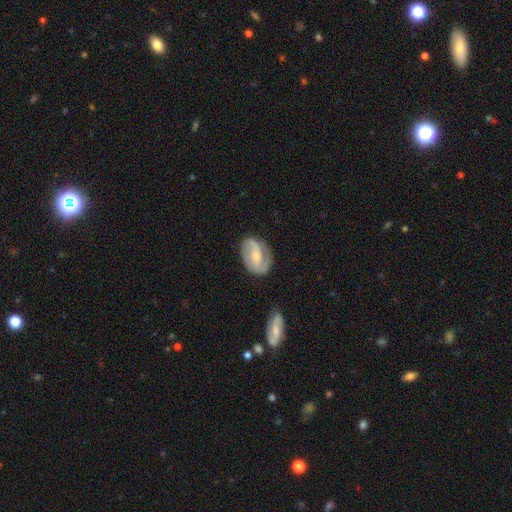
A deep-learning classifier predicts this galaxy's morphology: smooth-or-featured: featured or disk: 76% | smooth: 18% | star or artifact: 6%
  disk-edge-on: no: 96% | yes: 4%
    bar: weak: 41% | no: 35% | strong: 24%
    has-spiral-arms: yes: 91% | no: 9%
      spiral-winding: medium: 45% | tight: 31% | loose: 25%
      spiral-arm-count: 2: 82% | can't tell: 8% | 1: 5% | 3: 2% | 4: 1% | more than 4: 1%
    bulge-size: small: 53% | moderate: 41% | none: 3% | large: 2% | dominant: 1%
  merging: none: 73% | minor disturbance: 19% | major disturbance: 6% | merger: 2%